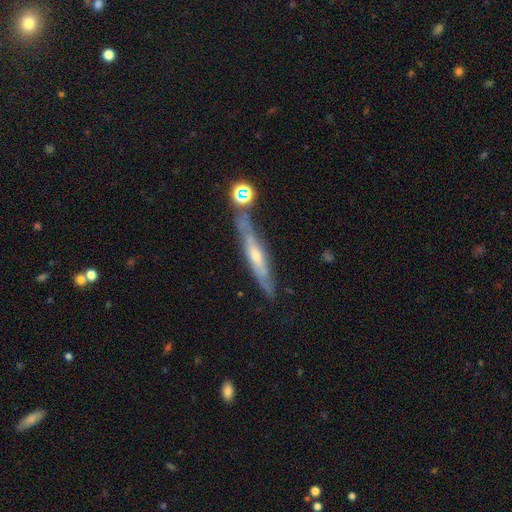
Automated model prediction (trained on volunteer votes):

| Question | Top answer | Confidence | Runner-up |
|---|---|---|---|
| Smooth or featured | featured or disk | 68% | smooth (24%) |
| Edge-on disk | yes | 77% | no (23%) |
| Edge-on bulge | rounded | 61% | none (33%) |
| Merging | none | 68% | minor disturbance (18%) |